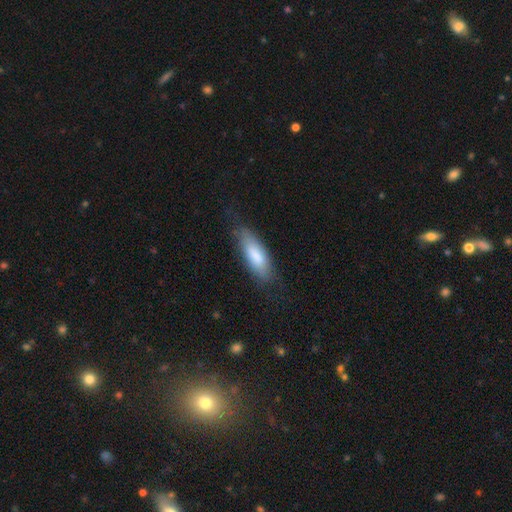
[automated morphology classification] A smooth galaxy with no disk features (79%) that is in between round and cigar-shaped (65%).

Vote fractions:
- Smooth or featured? smooth: 79% / featured or disk: 15% / star or artifact: 6%
- How rounded? in between: 65% / cigar-shaped: 33% / round: 2%
- Merging? none: 70% / minor disturbance: 22% / major disturbance: 7% / merger: 1%